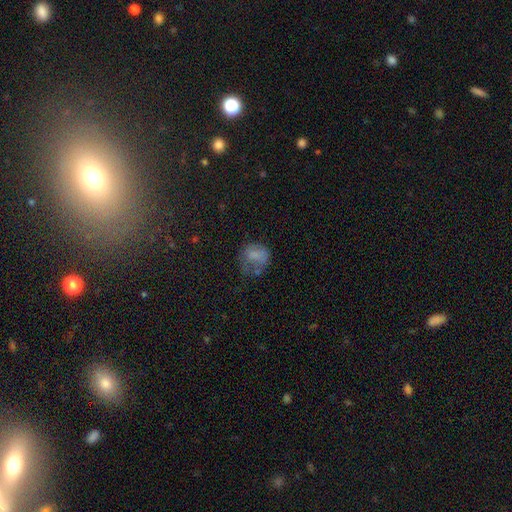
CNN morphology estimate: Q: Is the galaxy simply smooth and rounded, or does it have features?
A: smooth — 69%.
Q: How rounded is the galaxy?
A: round — 63%.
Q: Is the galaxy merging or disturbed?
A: none — 36%.